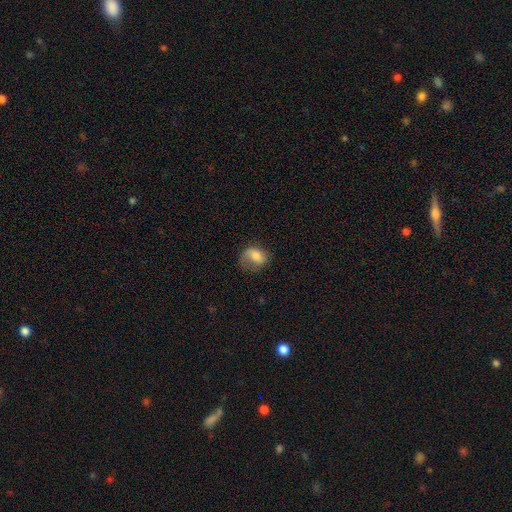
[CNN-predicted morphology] Smooth or featured?
  - smooth: 58% *
  - featured or disk: 34%
  - star or artifact: 8%
How rounded?
  - in between: 56% *
  - round: 43%
  - cigar-shaped: 1%
Merging?
  - none: 46% *
  - minor disturbance: 28%
  - major disturbance: 24%
  - merger: 2%